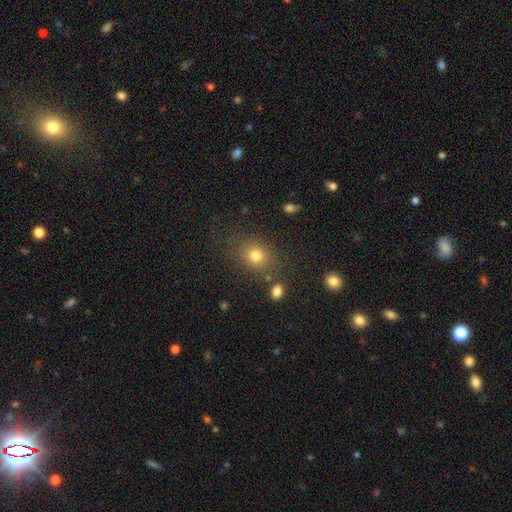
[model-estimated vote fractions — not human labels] Morphology: type=smooth (77%); roundness=round (58%); merging=none (76%).